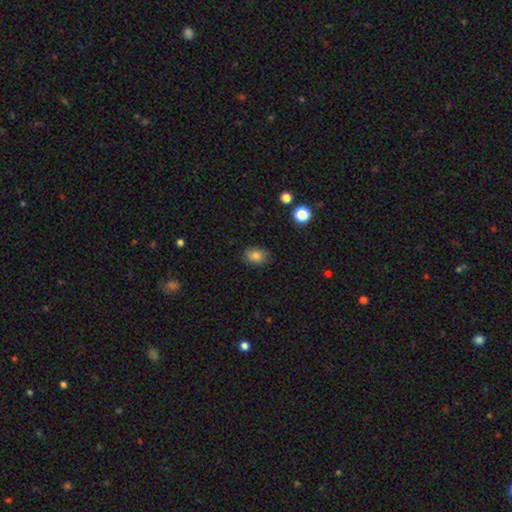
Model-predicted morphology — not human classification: Overall: smooth (83%). How rounded: in between (74%). Merging: none (82%).